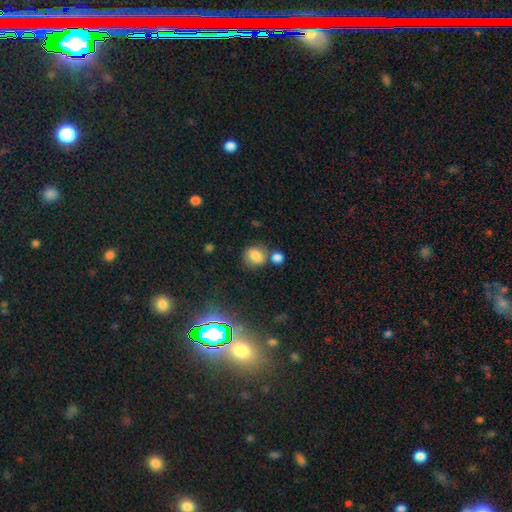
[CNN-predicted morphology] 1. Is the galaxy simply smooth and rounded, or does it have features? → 77% smooth, 14% star or artifact, 8% featured or disk.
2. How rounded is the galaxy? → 75% round, 24% in between, 1% cigar-shaped.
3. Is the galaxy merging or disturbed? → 61% none, 22% merger, 12% minor disturbance, 4% major disturbance.